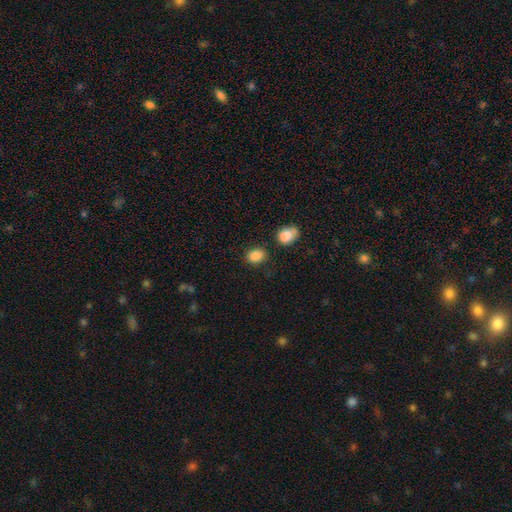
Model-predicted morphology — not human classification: This is clearly a smooth galaxy (87%). How rounded: likely in between (67%). Merging: likely none (78%).